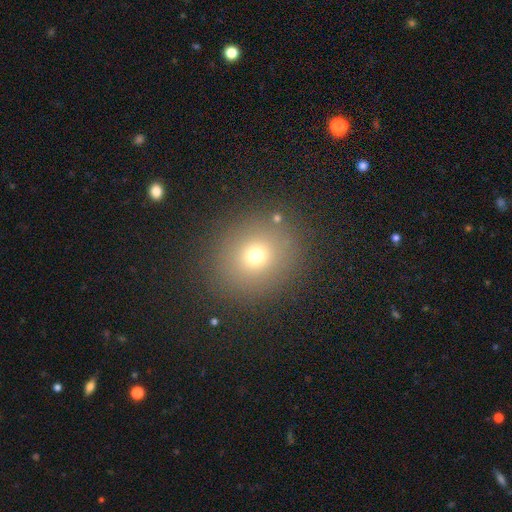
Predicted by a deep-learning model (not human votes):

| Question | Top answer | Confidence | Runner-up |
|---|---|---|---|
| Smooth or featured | smooth | 69% | star or artifact (20%) |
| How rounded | round | 81% | in between (18%) |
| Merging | none | 86% | minor disturbance (8%) |